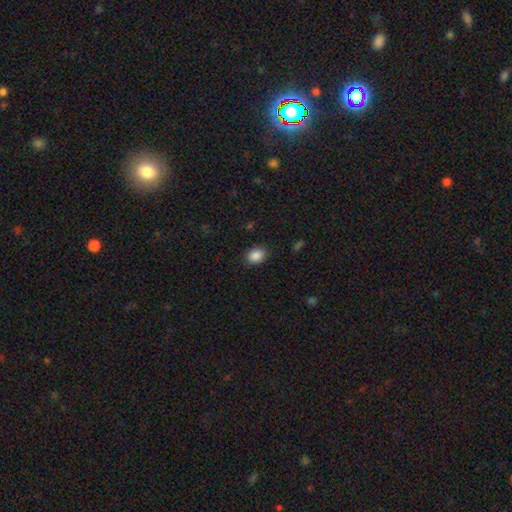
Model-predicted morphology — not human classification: This is clearly a smooth galaxy (88%). How rounded: likely in between (62%). Merging: clearly none (85%).